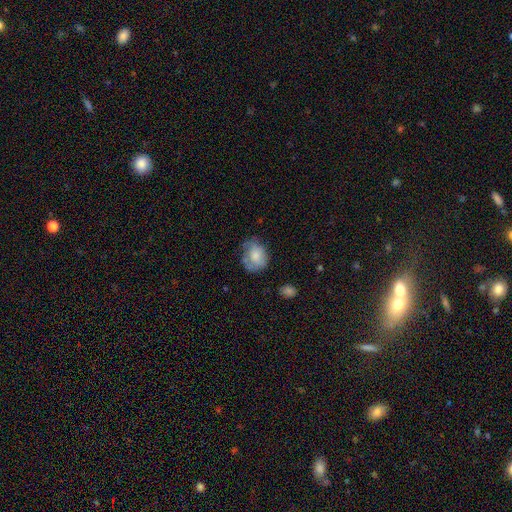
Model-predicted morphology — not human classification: Smooth or featured? Predicted: smooth (p=0.64). How rounded? Predicted: round (p=0.53). Merging? Predicted: none (p=0.51).